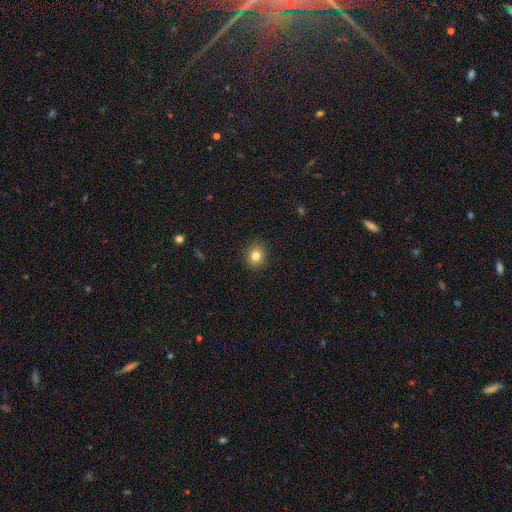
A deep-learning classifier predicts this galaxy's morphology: A smooth galaxy with no disk features (82%) that is round (79%). Merging: none (91%).